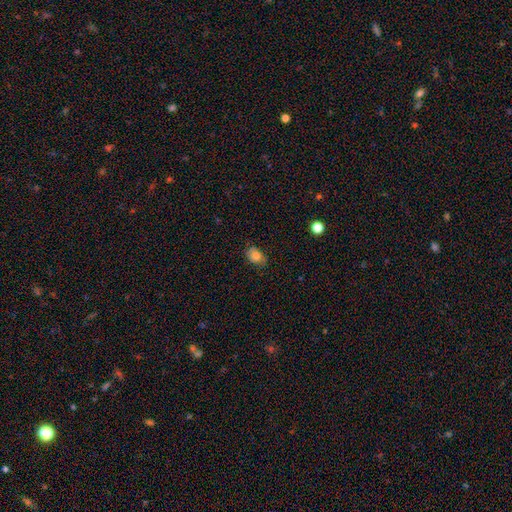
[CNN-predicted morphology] Smooth or featured? Predicted: smooth (p=0.79). How rounded? Predicted: in between (p=0.69). Merging? Predicted: none (p=0.75).